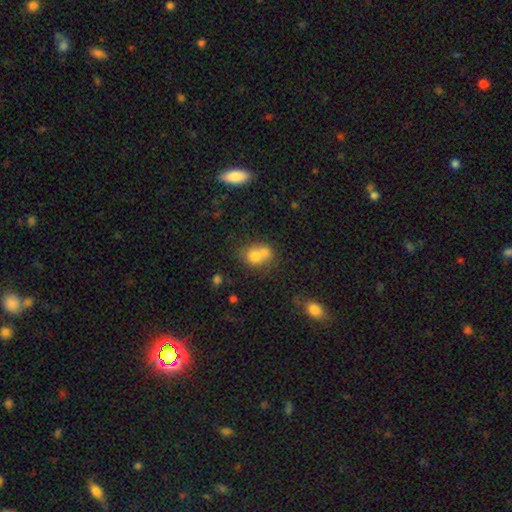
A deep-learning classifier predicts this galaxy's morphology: smooth 72%, featured or disk 17%, star or artifact 11%. Down the decision tree: how rounded — round (64%); merging — merger (58%).